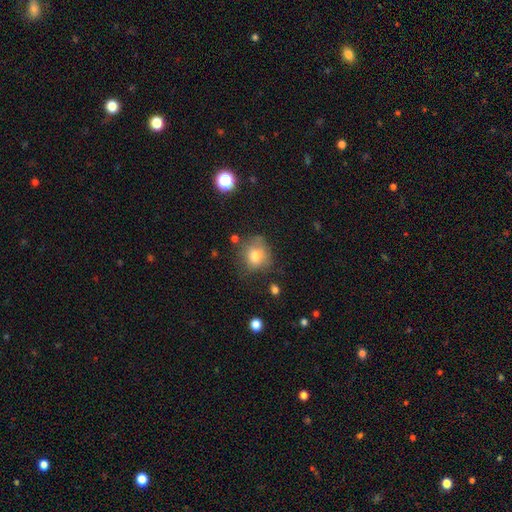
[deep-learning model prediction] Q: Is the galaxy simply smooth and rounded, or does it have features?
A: smooth — 76%.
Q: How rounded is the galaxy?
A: round — 76%.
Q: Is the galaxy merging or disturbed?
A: none — 60%.